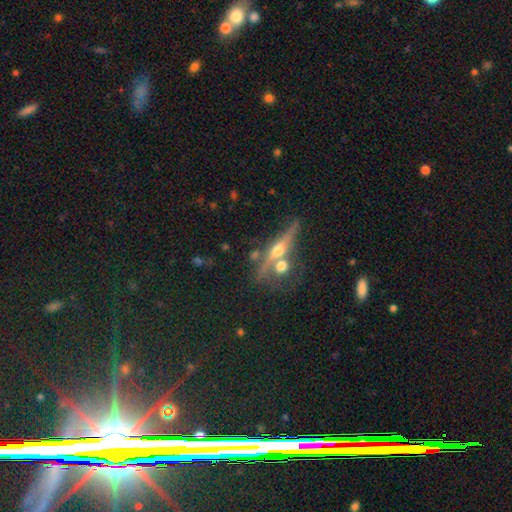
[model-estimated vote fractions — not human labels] smooth_or_featured: featured or disk (p=0.66) [alt: smooth p=0.19]
disk_edge_on: yes (p=0.89) [alt: no p=0.11]
edge_on_bulge: rounded (p=0.93) [alt: none p=0.04]
merging: none (p=0.65) [alt: merger p=0.19]